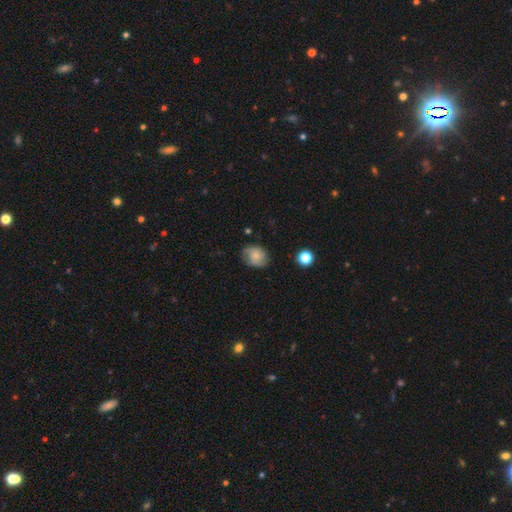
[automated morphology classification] A smooth galaxy with no disk features (70%) that is in between round and cigar-shaped (54%).

Vote fractions:
- Smooth or featured? smooth: 70% / featured or disk: 21% / star or artifact: 9%
- How rounded? in between: 54% / round: 45% / cigar-shaped: 1%
- Merging? none: 68% / minor disturbance: 25% / major disturbance: 6% / merger: 2%